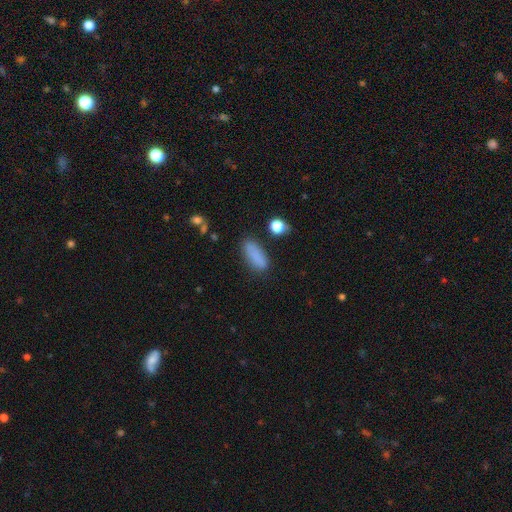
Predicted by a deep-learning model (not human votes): smooth-or-featured: smooth: 85% | star or artifact: 9% | featured or disk: 6%
  how-rounded: in between: 64% | cigar-shaped: 33% | round: 3%
  merging: none: 79% | minor disturbance: 14% | major disturbance: 4% | merger: 3%